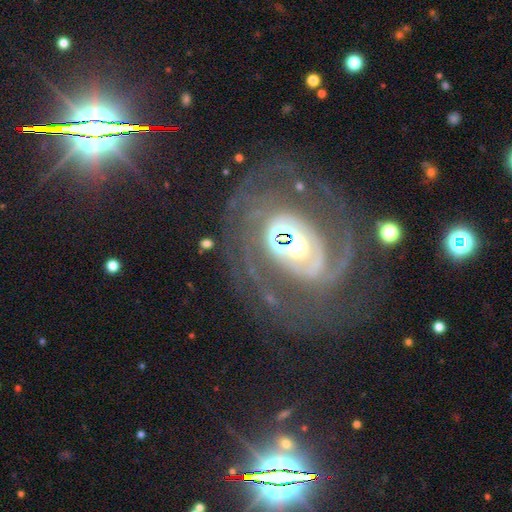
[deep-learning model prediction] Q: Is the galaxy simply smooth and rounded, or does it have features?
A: featured or disk — 84%.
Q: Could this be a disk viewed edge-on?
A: no — 96%.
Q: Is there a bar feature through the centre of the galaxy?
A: no — 44%.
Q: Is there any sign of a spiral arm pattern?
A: yes — 88%.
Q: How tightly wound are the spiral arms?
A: tight — 56%.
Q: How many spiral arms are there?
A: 2 — 46%.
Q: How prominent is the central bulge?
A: moderate — 56%.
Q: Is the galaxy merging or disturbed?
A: none — 68%.